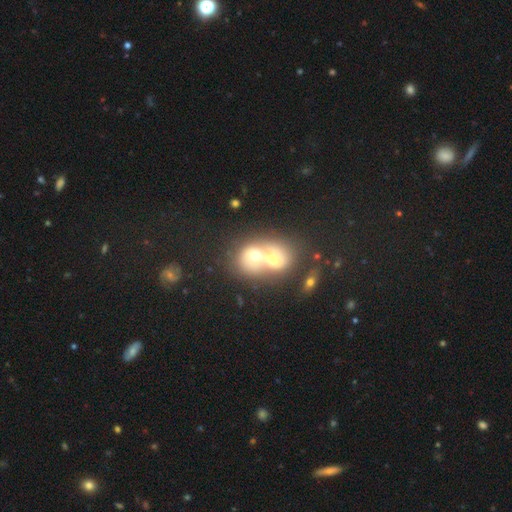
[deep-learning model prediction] A smooth galaxy with no disk features (51%) that is round (56%). Merging: merger (78%).